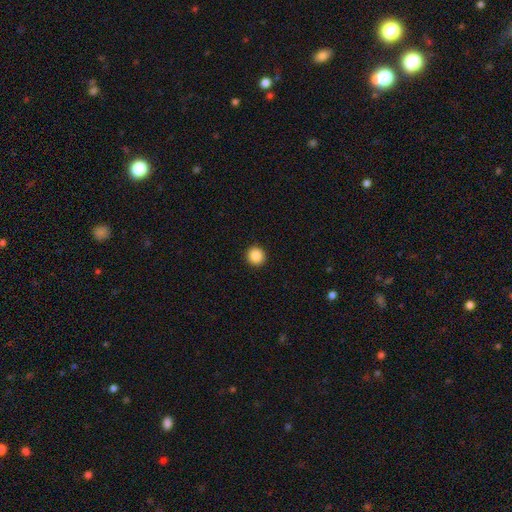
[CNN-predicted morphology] Smooth or featured: smooth — 88% (star or artifact — 9%)
How rounded: round — 95% (in between — 4%)
Merging: none — 93% (minor disturbance — 4%)